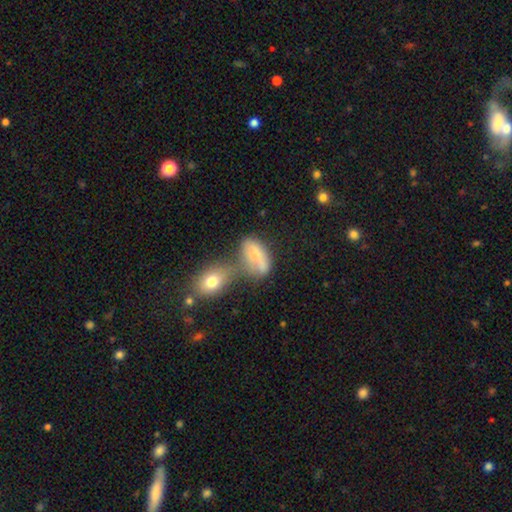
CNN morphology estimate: smooth-or-featured: smooth: 64% | featured or disk: 23% | star or artifact: 13%
  how-rounded: in between: 85% | round: 10% | cigar-shaped: 5%
  merging: merger: 42% | none: 30% | minor disturbance: 16% | major disturbance: 12%